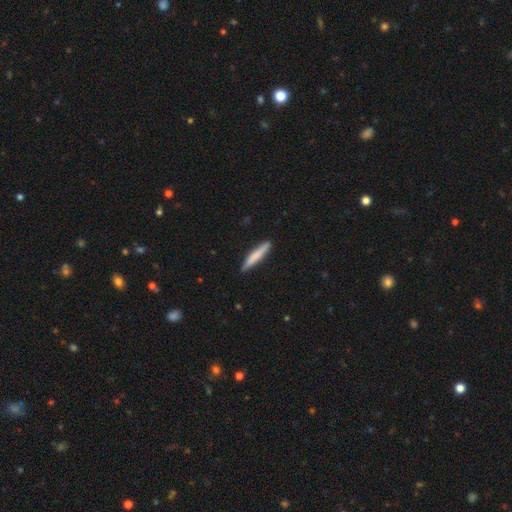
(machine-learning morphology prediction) This appears to be a smooth galaxy with no disk features (73%) that is cigar-shaped (93%). Merging: none (88%).